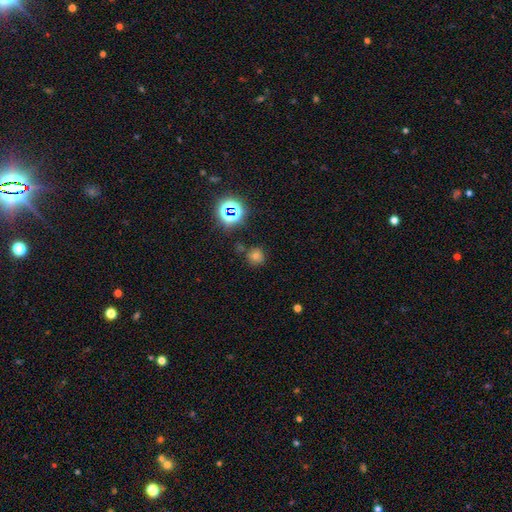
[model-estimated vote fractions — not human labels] This is likely a smooth galaxy (63%). How rounded: clearly round (90%). Merging: likely none (79%).